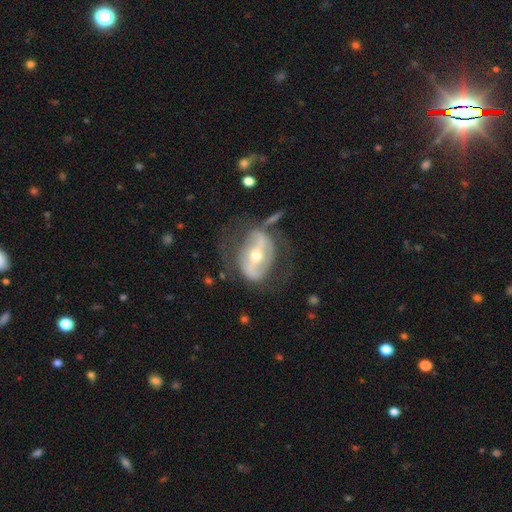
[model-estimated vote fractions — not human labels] smooth-or-featured: featured or disk: 79% | smooth: 15% | star or artifact: 6%
  disk-edge-on: no: 93% | yes: 7%
    bar: strong: 57% | weak: 25% | no: 17%
    has-spiral-arms: yes: 67% | no: 33%
    bulge-size: moderate: 55% | small: 41% | large: 3% | none: 1% | dominant: 1%
  merging: none: 51% | major disturbance: 23% | minor disturbance: 21% | merger: 5%